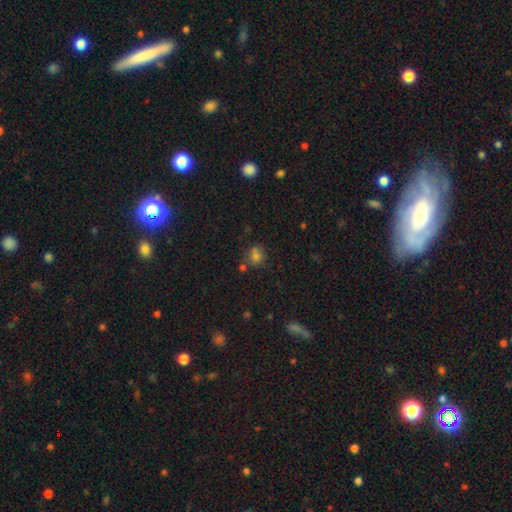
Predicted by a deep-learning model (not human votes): This is likely a smooth galaxy (66%). How rounded: likely round (78%). Merging: possibly none (60%).